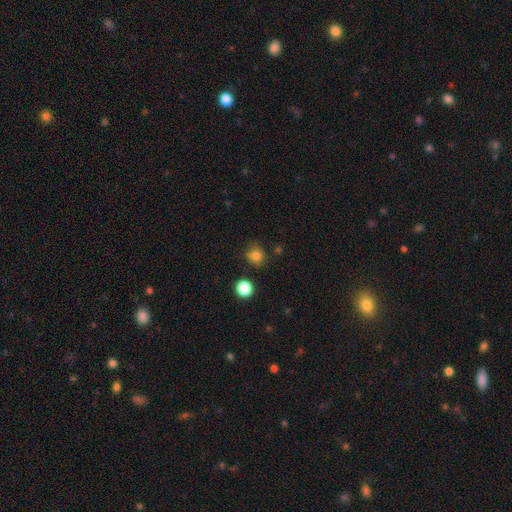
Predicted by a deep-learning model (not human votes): Morphology: type=smooth (80%); roundness=round (82%); merging=none (77%).